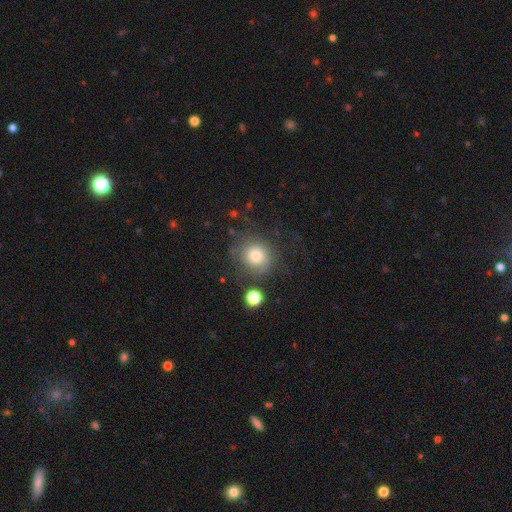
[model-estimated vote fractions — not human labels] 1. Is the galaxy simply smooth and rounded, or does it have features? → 62% smooth, 27% featured or disk, 12% star or artifact.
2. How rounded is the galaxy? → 87% round, 12% in between, 1% cigar-shaped.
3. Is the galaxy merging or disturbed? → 64% none, 18% minor disturbance, 14% major disturbance, 4% merger.